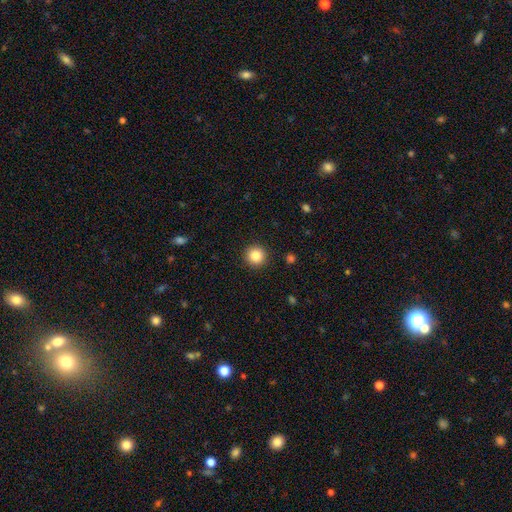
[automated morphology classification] Smooth or featured: smooth — 85% (star or artifact — 10%)
How rounded: round — 95% (in between — 4%)
Merging: none — 92% (minor disturbance — 5%)